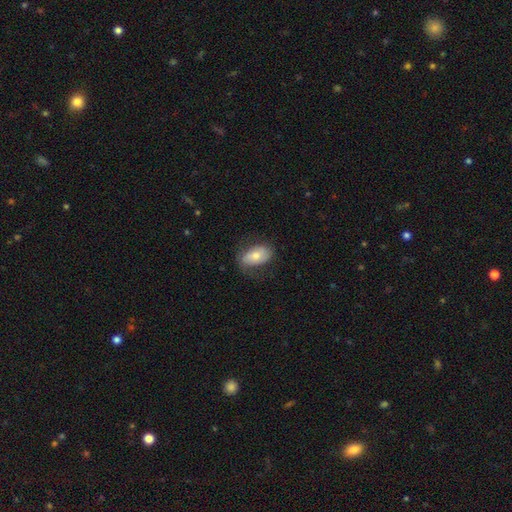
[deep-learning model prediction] Smooth or featured: smooth — 66% (featured or disk — 28%)
How rounded: in between — 92% (round — 6%)
Merging: none — 65% (minor disturbance — 22%)